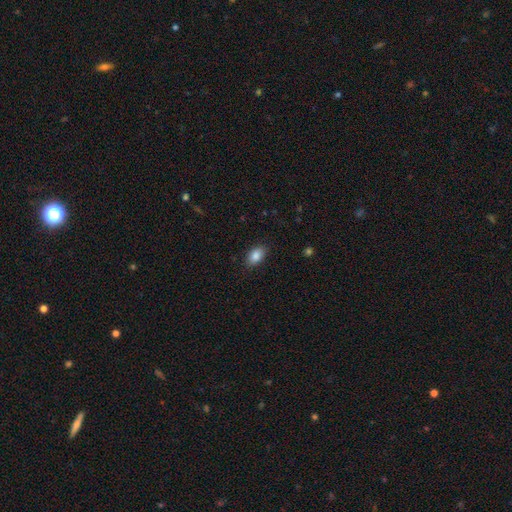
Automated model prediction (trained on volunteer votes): Morphology: type=smooth (86%); roundness=in between (90%); merging=none (86%).